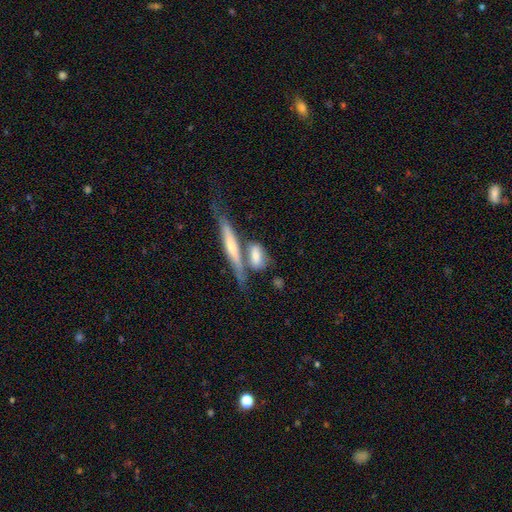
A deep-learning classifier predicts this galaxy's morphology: The model was most divided on "how rounded": cigar-shaped: 48%, in between: 45%, round: 7%. Remaining: smooth or featured — smooth (57%); merging — none (42%).